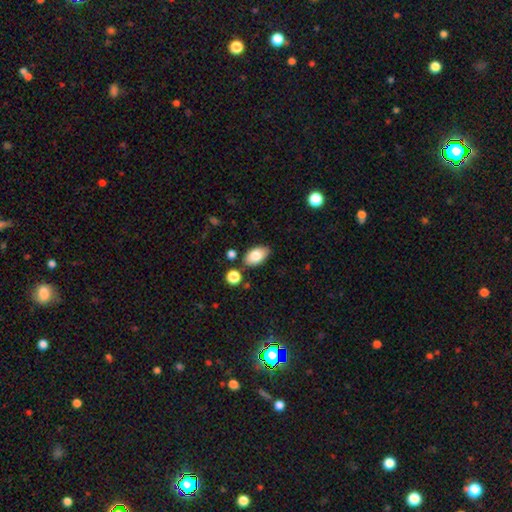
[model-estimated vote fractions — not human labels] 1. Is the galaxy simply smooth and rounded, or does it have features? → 80% smooth, 13% featured or disk, 7% star or artifact.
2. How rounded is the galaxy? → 93% in between, 6% round, 2% cigar-shaped.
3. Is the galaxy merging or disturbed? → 81% none, 12% minor disturbance, 5% merger, 3% major disturbance.